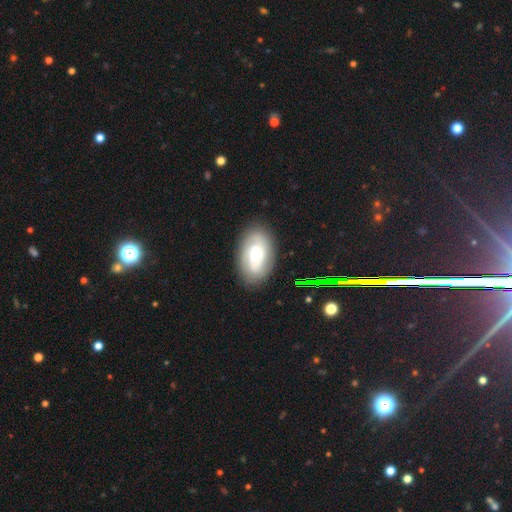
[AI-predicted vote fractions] This appears to be a featured or disk galaxy (55%) with no bar (59%), spiral arms (83%) and a moderate central bulge (40%). Merging: none (82%).